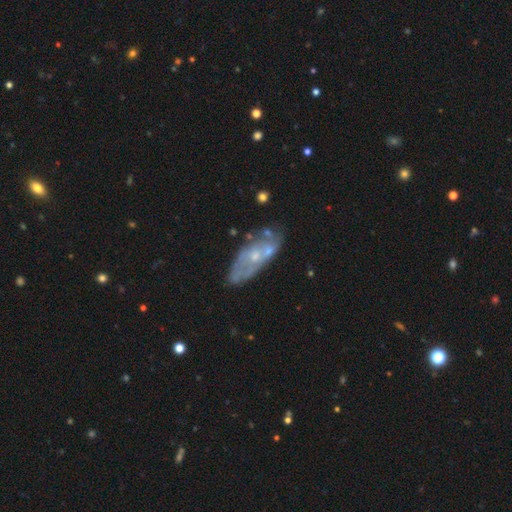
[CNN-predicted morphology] featured or disk 64%, smooth 28%, star or artifact 8%. Down the decision tree: edge-on disk — no (86%); bar — no (83%); spiral arms — no (64%); bulge size — small (59%); merging — none (57%).